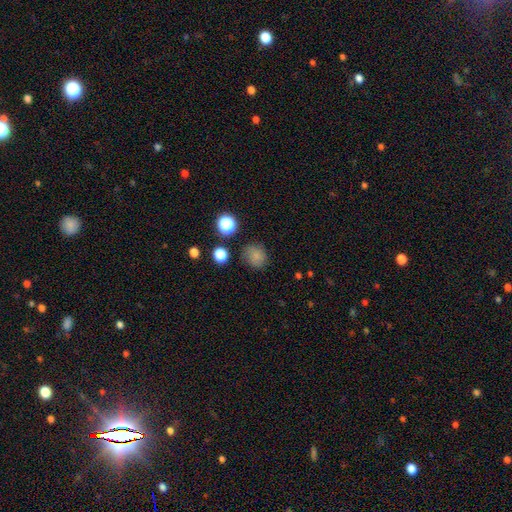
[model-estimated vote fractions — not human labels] smooth 76%, star or artifact 16%, featured or disk 8%. Down the decision tree: how rounded — round (79%); merging — none (78%).